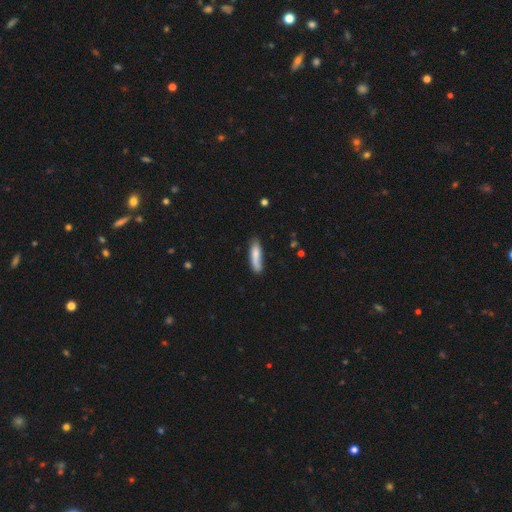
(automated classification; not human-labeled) A smooth galaxy with no disk features (78%) that is cigar-shaped (68%).

Vote fractions:
- Smooth or featured? smooth: 78% / featured or disk: 16% / star or artifact: 6%
- How rounded? cigar-shaped: 68% / in between: 30% / round: 2%
- Merging? none: 66% / minor disturbance: 24% / major disturbance: 6% / merger: 5%